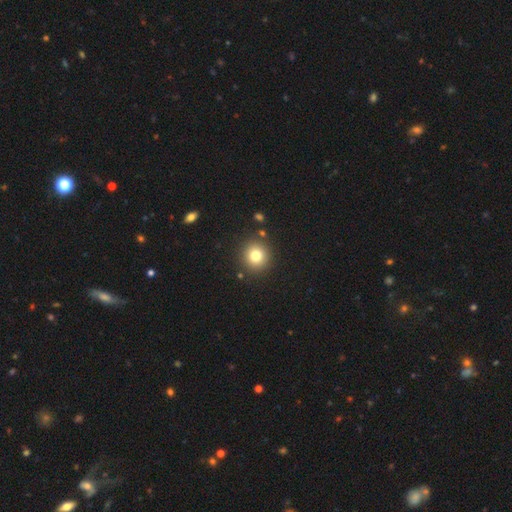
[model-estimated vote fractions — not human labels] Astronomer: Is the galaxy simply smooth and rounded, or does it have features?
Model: smooth — 78%.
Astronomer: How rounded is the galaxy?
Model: round — 91%.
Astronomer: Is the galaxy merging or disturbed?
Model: none — 88%.